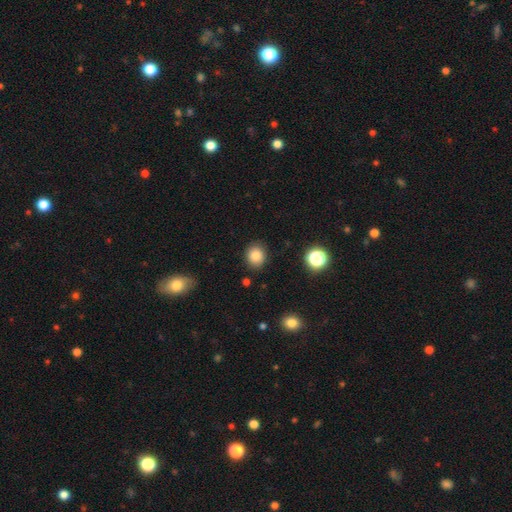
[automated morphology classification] Smooth or featured?
  - smooth: 85% *
  - star or artifact: 11%
  - featured or disk: 5%
How rounded?
  - round: 73% *
  - in between: 26%
  - cigar-shaped: 1%
Merging?
  - none: 87% *
  - minor disturbance: 9%
  - major disturbance: 2%
  - merger: 2%